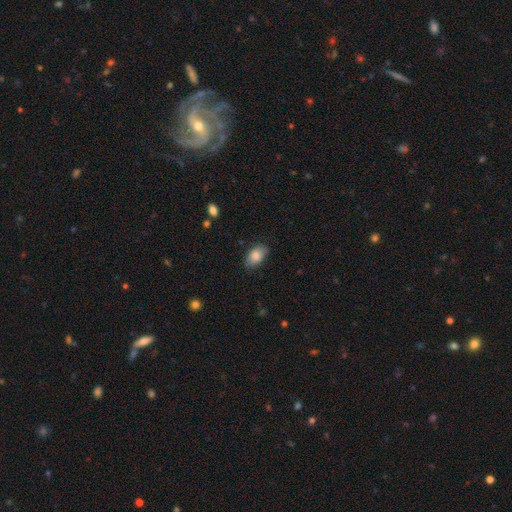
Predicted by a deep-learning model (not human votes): smooth-or-featured: smooth: 86% | featured or disk: 7% | star or artifact: 7%
  how-rounded: in between: 92% | round: 7% | cigar-shaped: 2%
  merging: none: 82% | minor disturbance: 14% | major disturbance: 3% | merger: 1%